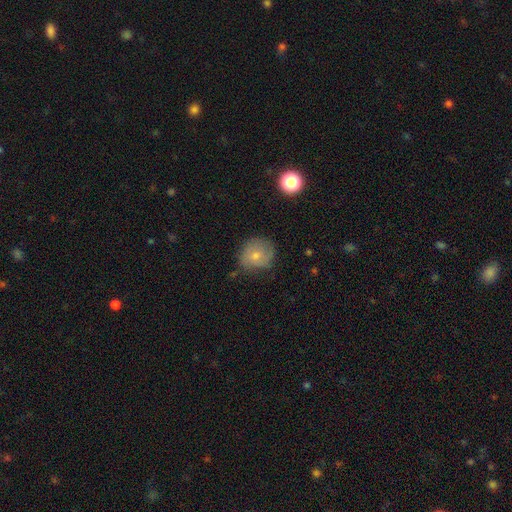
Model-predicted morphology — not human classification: This is likely a smooth galaxy (70%). How rounded: likely round (76%). Merging: possibly none (59%).